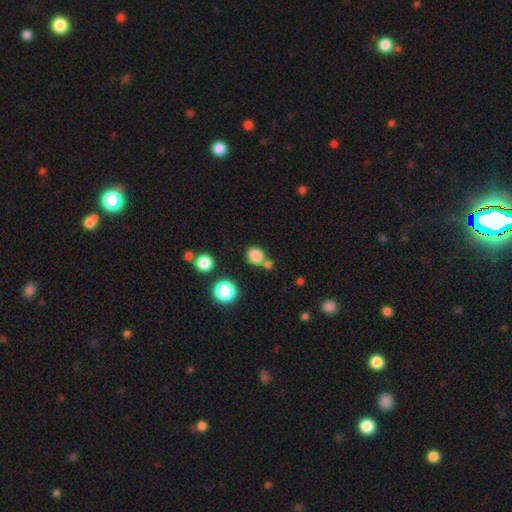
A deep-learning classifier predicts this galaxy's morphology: smooth_or_featured: smooth (p=0.82) [alt: star or artifact p=0.13]
how_rounded: round (p=0.69) [alt: in between p=0.30]
merging: none (p=0.63) [alt: merger p=0.22]